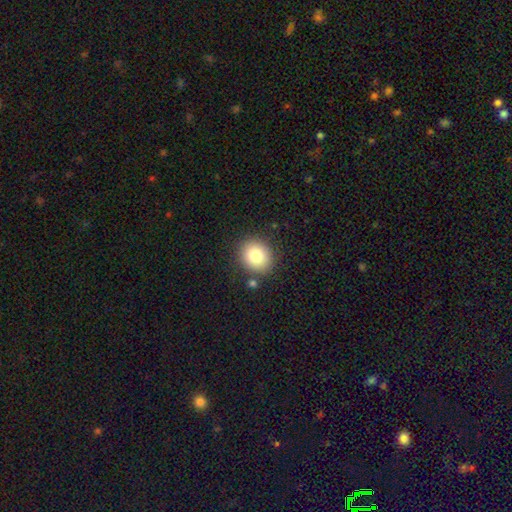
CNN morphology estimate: A smooth galaxy with no disk features (82%) that is round (77%). Merging: none (85%).